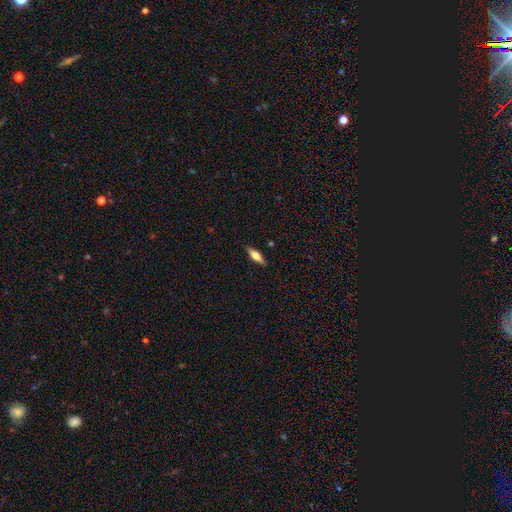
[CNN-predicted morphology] smooth-or-featured: smooth: 58% | featured or disk: 36% | star or artifact: 7%
  how-rounded: in between: 50% | cigar-shaped: 47% | round: 3%
  merging: none: 88% | minor disturbance: 9% | major disturbance: 2% | merger: 1%